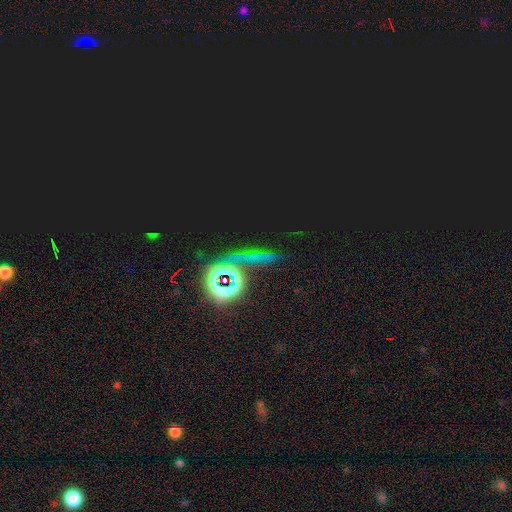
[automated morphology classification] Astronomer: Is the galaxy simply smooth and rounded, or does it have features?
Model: star or artifact — 79%.